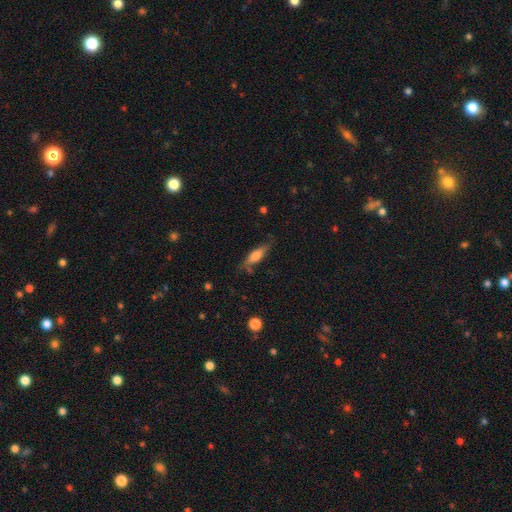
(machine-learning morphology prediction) smooth_or_featured: smooth (p=0.64) [alt: featured or disk p=0.29]
how_rounded: cigar-shaped (p=0.53) [alt: in between p=0.44]
merging: none (p=0.68) [alt: minor disturbance p=0.23]